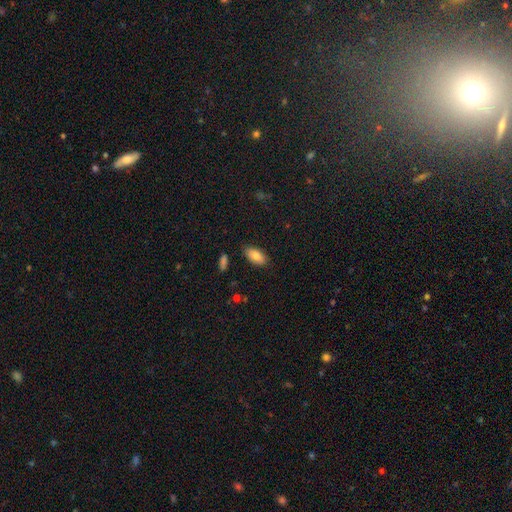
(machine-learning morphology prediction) The model was most divided on "merging": none: 84%, minor disturbance: 12%, major disturbance: 2%, merger: 2%. More confident: how rounded — in between (92%); smooth or featured — smooth (83%).